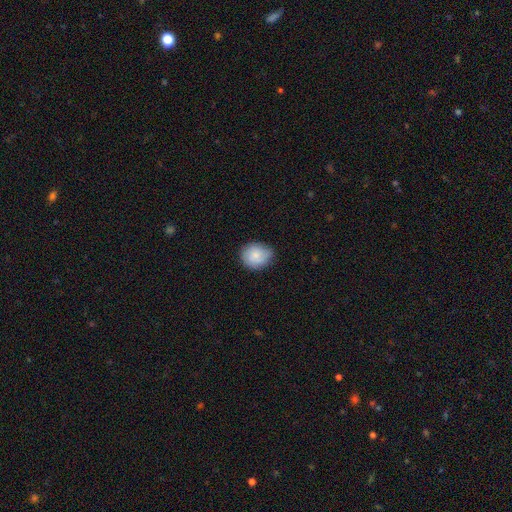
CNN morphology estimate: Q: Smooth or featured?
A: smooth (77%); runner-up: featured or disk (16%)
Q: How rounded?
A: round (73%); runner-up: in between (26%)
Q: Merging?
A: none (74%); runner-up: minor disturbance (21%)